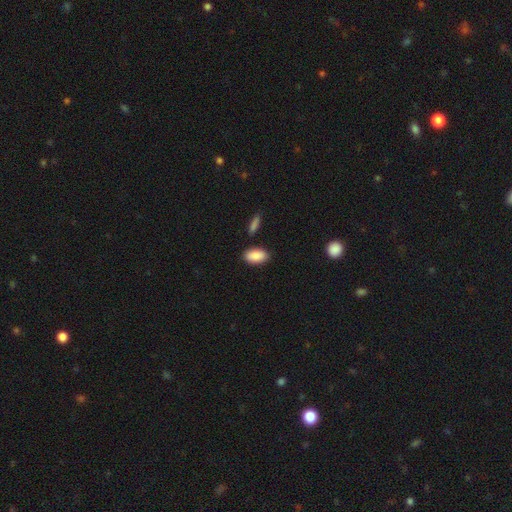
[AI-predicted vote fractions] smooth 89%, star or artifact 6%, featured or disk 5%. Down the decision tree: how rounded — in between (94%); merging — none (84%).